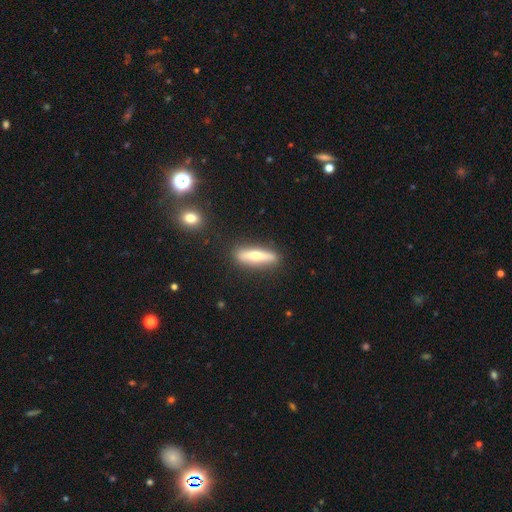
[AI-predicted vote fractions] smooth_or_featured: featured or disk (p=0.51) [alt: smooth p=0.42]
disk_edge_on: yes (p=0.89) [alt: no p=0.11]
merging: none (p=0.86) [alt: minor disturbance p=0.09]